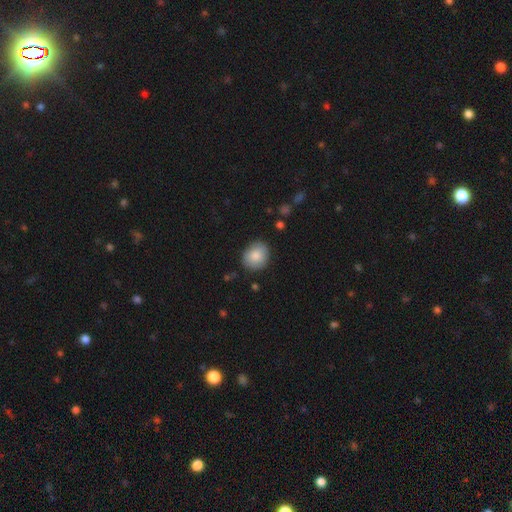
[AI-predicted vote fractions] A smooth galaxy with no disk features (85%) that is round (70%). Merging: none (85%).